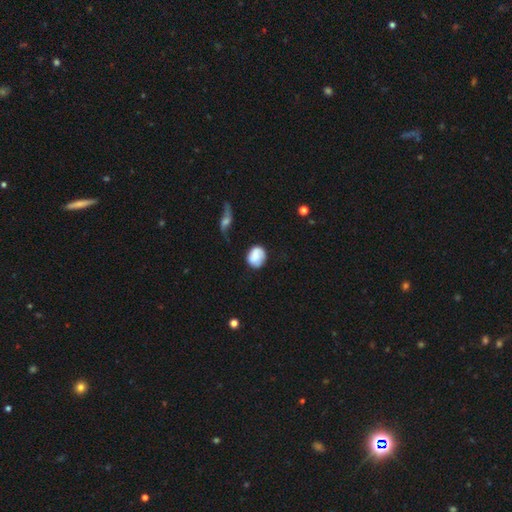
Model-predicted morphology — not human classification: Smooth or featured?
  - smooth: 72% *
  - featured or disk: 20%
  - star or artifact: 8%
How rounded?
  - round: 60% *
  - in between: 39%
  - cigar-shaped: 1%
Merging?
  - none: 62% *
  - minor disturbance: 26%
  - major disturbance: 8%
  - merger: 5%